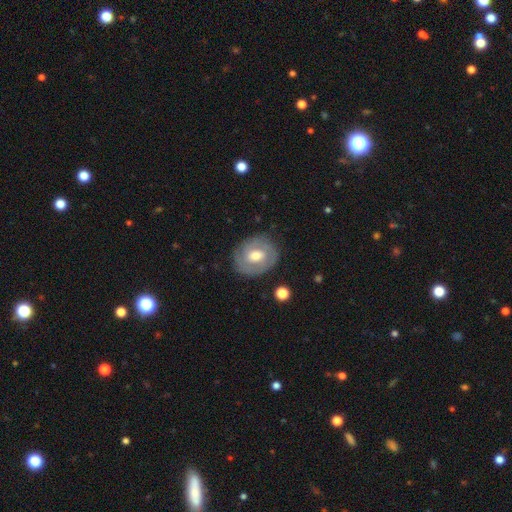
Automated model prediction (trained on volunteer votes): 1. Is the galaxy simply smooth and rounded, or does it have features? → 62% featured or disk, 31% smooth, 6% star or artifact.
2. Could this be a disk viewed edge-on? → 96% no, 4% yes.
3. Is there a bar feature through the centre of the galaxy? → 50% no, 40% weak, 10% strong.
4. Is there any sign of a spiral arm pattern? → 65% yes, 35% no.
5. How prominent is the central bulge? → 73% moderate, 15% small, 10% large, 1% none, 1% dominant.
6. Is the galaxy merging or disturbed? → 80% none, 14% minor disturbance, 5% major disturbance, 1% merger.